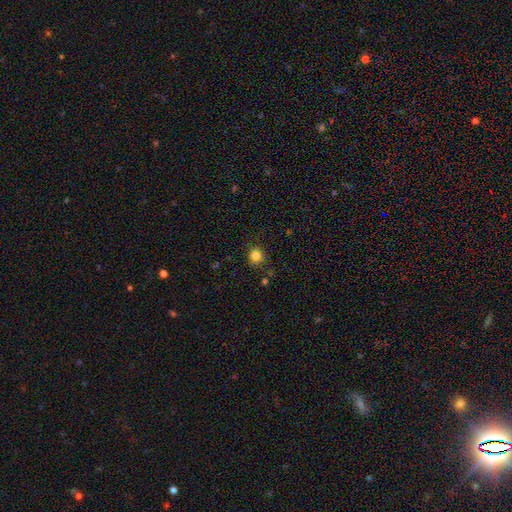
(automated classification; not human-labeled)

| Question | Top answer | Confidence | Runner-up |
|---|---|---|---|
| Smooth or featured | smooth | 83% | star or artifact (12%) |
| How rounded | round | 88% | in between (11%) |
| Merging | none | 84% | minor disturbance (11%) |